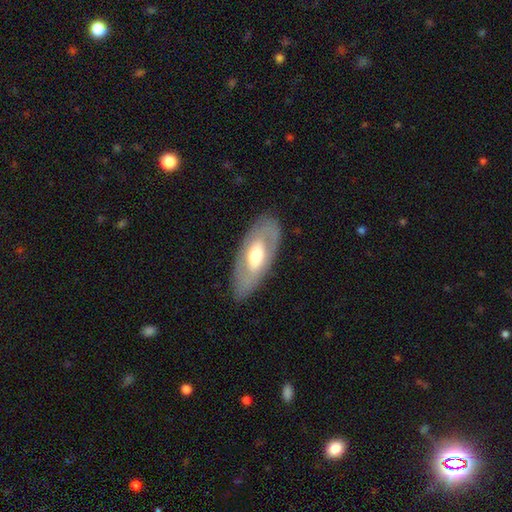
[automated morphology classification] A featured or disk galaxy (56%).

Vote fractions:
- Smooth or featured? featured or disk: 56% / smooth: 39% / star or artifact: 5%
- Edge-on disk? no: 83% / yes: 17%
- Merging? none: 81% / minor disturbance: 13% / major disturbance: 5% / merger: 1%